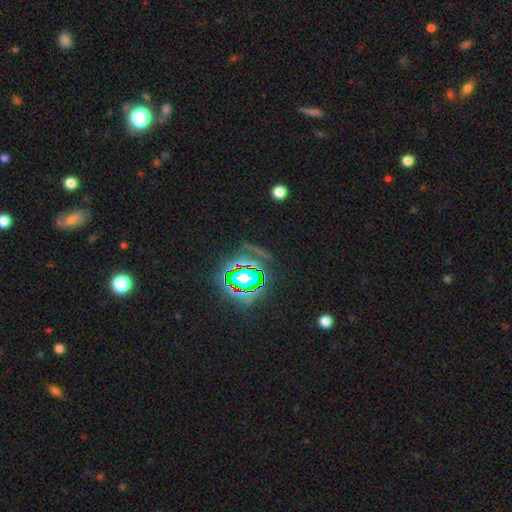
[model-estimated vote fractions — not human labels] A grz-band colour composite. It shows a star or artifact, not a galaxy (79%).